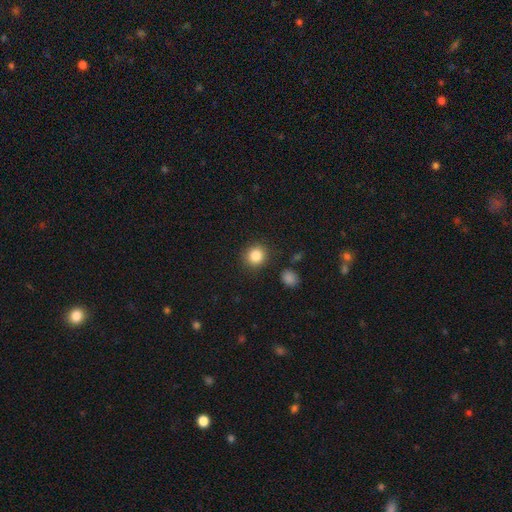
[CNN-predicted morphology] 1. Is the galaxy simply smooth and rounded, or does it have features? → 86% smooth, 10% star or artifact, 5% featured or disk.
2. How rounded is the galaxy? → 88% round, 11% in between, 1% cigar-shaped.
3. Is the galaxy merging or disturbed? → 88% none, 7% minor disturbance, 3% major disturbance, 2% merger.